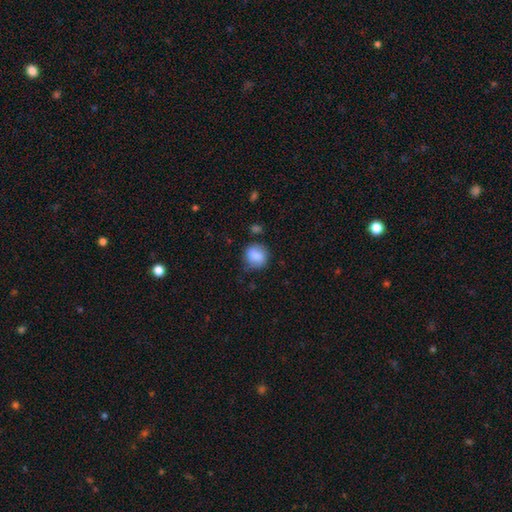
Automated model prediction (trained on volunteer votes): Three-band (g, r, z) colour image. It shows a smooth galaxy with no disk features (80%) that is round (82%). Merging: none (72%).